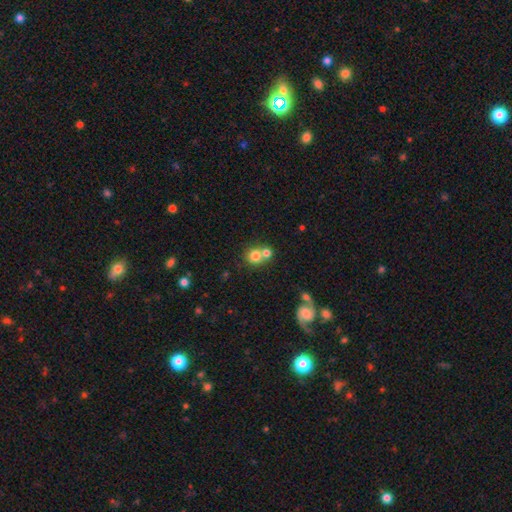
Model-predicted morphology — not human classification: The model was most divided on "merging": merger: 47%, none: 44%, minor disturbance: 6%, major disturbance: 3%. More confident: how rounded — round (85%); smooth or featured — smooth (77%).